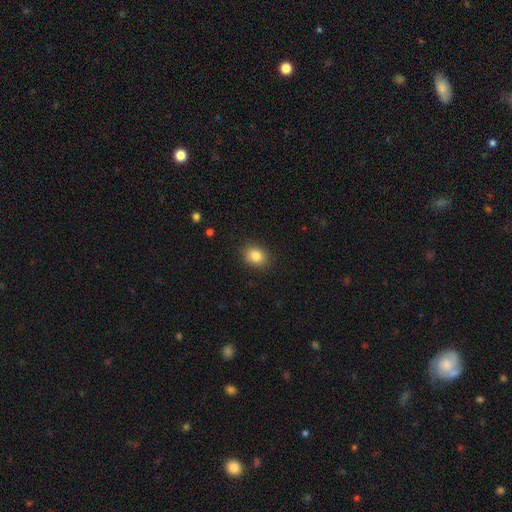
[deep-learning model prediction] Smooth or featured? smooth (84%)
How rounded? in between (50%)
Merging? none (89%)